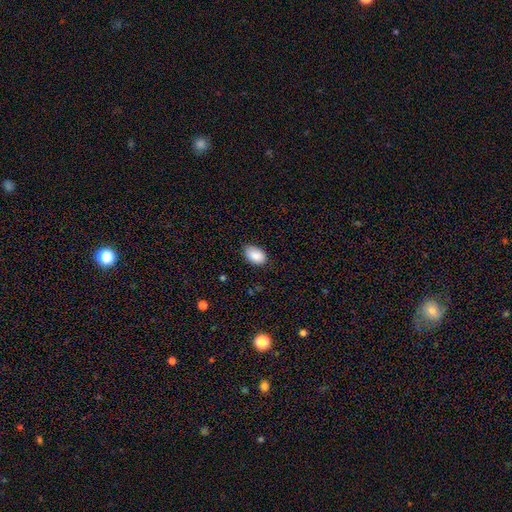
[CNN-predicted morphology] Smooth or featured?
  - smooth: 88% *
  - star or artifact: 7%
  - featured or disk: 5%
How rounded?
  - in between: 91% *
  - round: 8%
  - cigar-shaped: 1%
Merging?
  - none: 77% *
  - minor disturbance: 19%
  - major disturbance: 3%
  - merger: 1%